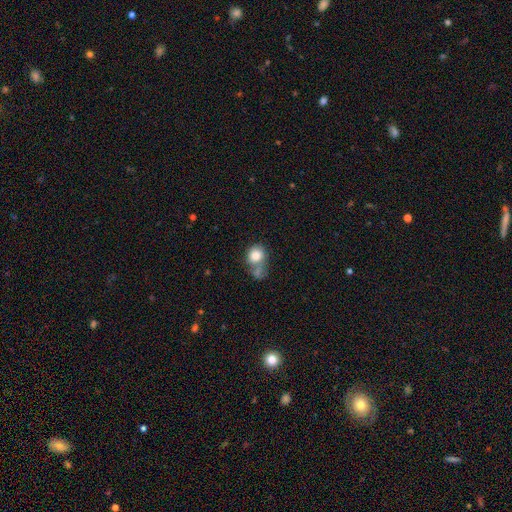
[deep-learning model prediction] Smooth or featured? smooth (79%)
How rounded? round (64%)
Merging? merger (38%)